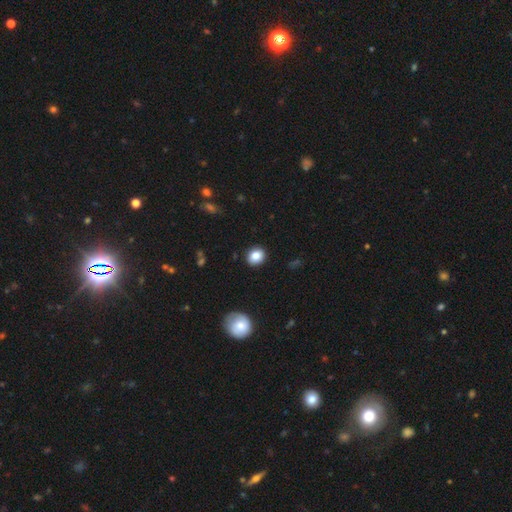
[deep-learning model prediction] smooth-or-featured: smooth: 83% | star or artifact: 9% | featured or disk: 8%
  how-rounded: round: 73% | in between: 26% | cigar-shaped: 1%
  merging: none: 90% | minor disturbance: 7% | major disturbance: 2% | merger: 1%